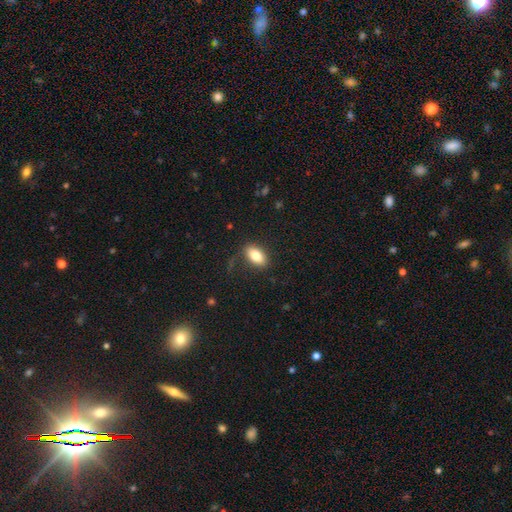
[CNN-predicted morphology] A smooth galaxy with no disk features (80%) that is in between round and cigar-shaped (90%).

Vote fractions:
- Smooth or featured? smooth: 80% / featured or disk: 13% / star or artifact: 7%
- How rounded? in between: 90% / round: 5% / cigar-shaped: 5%
- Merging? none: 82% / minor disturbance: 12% / major disturbance: 4% / merger: 1%